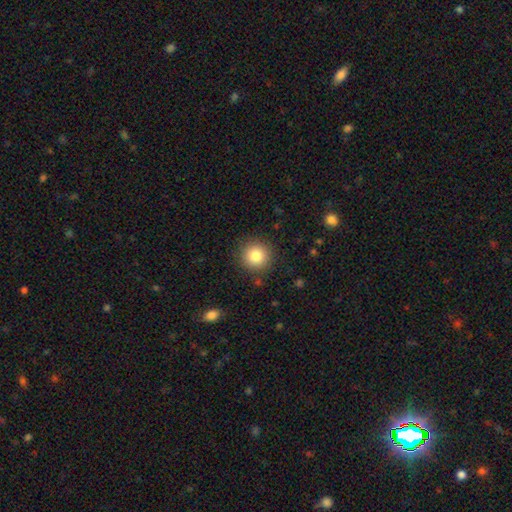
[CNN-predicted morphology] smooth 83%, star or artifact 10%, featured or disk 7%. Down the decision tree: how rounded — round (94%); merging — none (89%).